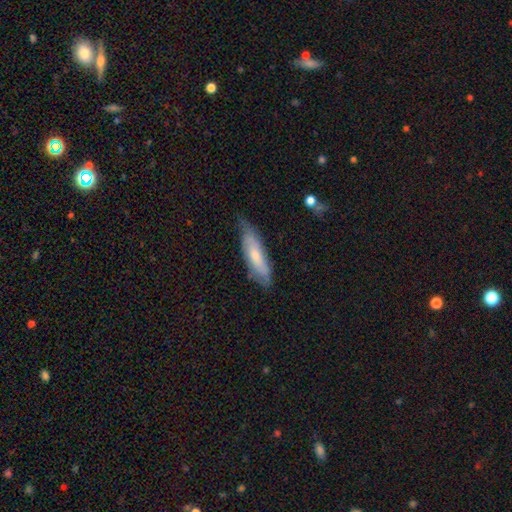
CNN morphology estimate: A smooth galaxy with no disk features (57%) that is cigar-shaped (60%).

Vote fractions:
- Smooth or featured? smooth: 57% / featured or disk: 37% / star or artifact: 6%
- How rounded? cigar-shaped: 60% / in between: 38% / round: 2%
- Merging? none: 63% / minor disturbance: 30% / major disturbance: 6% / merger: 2%